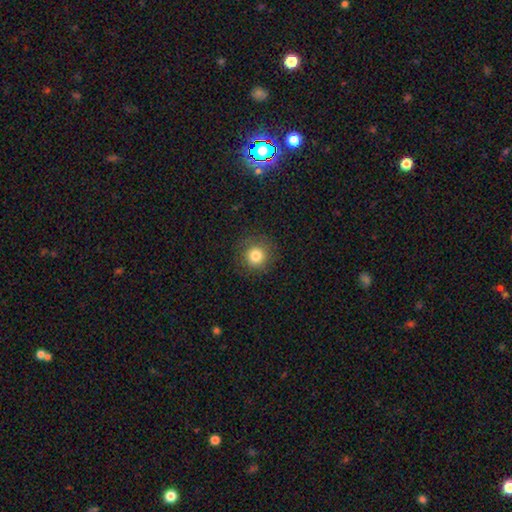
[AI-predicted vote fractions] Smooth or featured?
  - smooth: 82% *
  - star or artifact: 12%
  - featured or disk: 7%
How rounded?
  - round: 94% *
  - in between: 5%
  - cigar-shaped: 1%
Merging?
  - none: 88% *
  - minor disturbance: 8%
  - major disturbance: 3%
  - merger: 1%